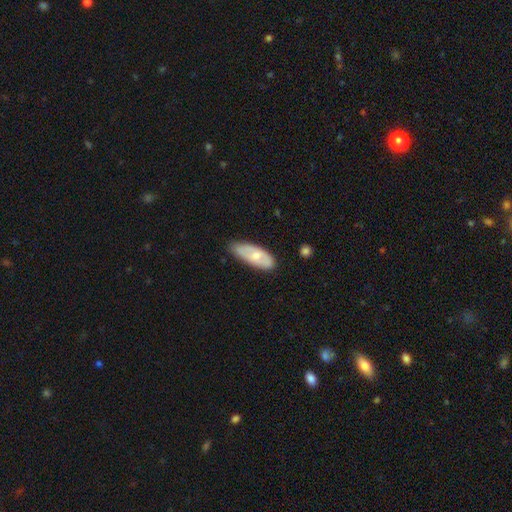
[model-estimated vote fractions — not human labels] This appears to be a smooth galaxy with no disk features (60%) that is in between round and cigar-shaped (78%). Merging: none (60%).